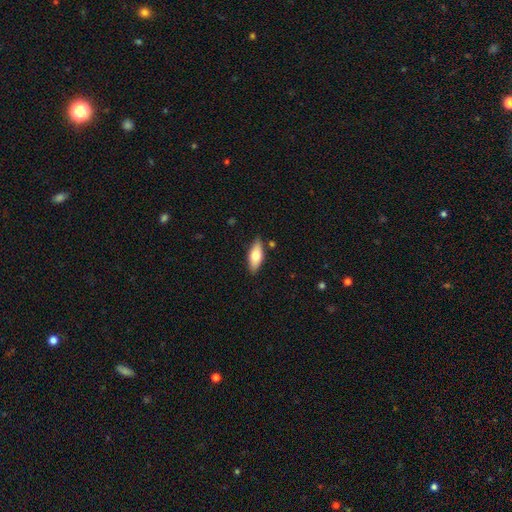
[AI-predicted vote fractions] smooth 66%, featured or disk 28%, star or artifact 6%. Down the decision tree: how rounded — in between (74%); merging — none (83%).